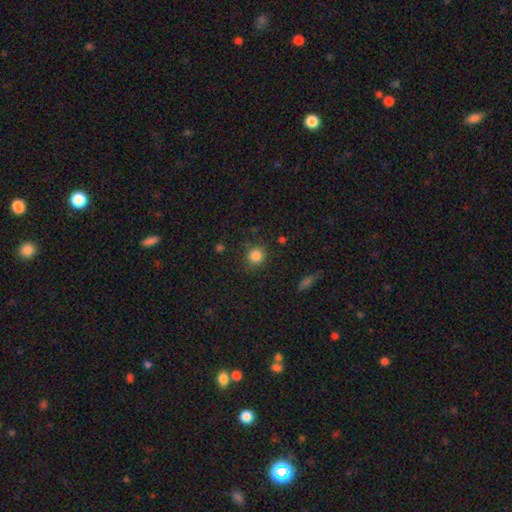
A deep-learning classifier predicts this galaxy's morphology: type=smooth (84%); roundness=round (88%); merging=none (82%).